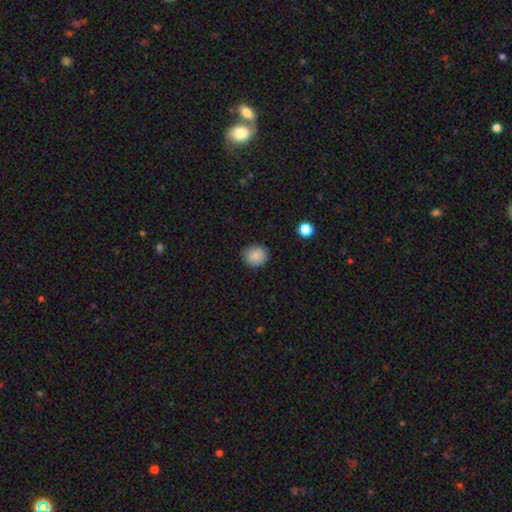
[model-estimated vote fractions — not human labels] Overall: smooth (88%). How rounded: round (86%). Merging: none (88%).